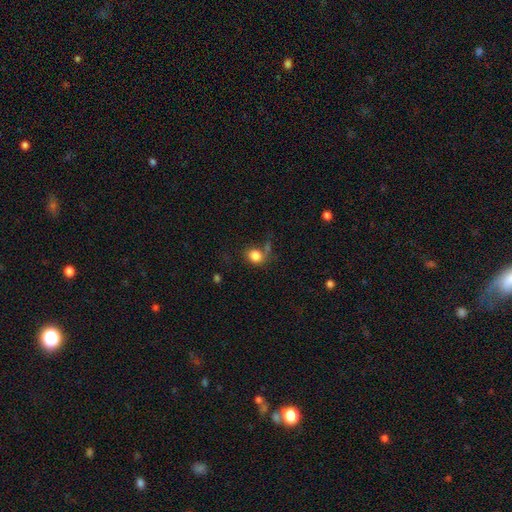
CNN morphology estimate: The model was most divided on "how rounded": round: 56%, in between: 43%, cigar-shaped: 1%. More confident: smooth or featured — smooth (82%); merging — none (55%).